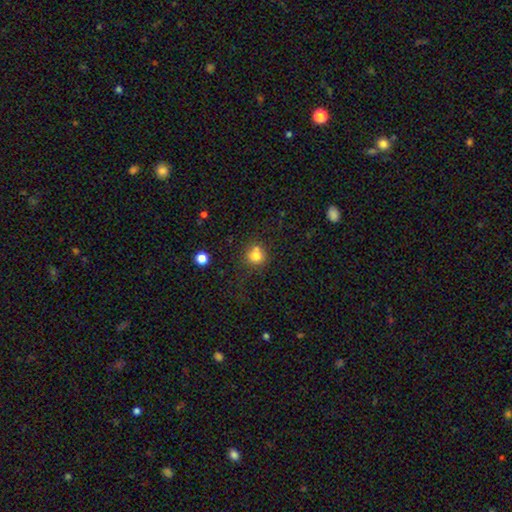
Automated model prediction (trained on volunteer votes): The model was most divided on "merging": none: 60%, merger: 23%, minor disturbance: 13%, major disturbance: 5%. More confident: how rounded — round (89%); smooth or featured — smooth (78%).